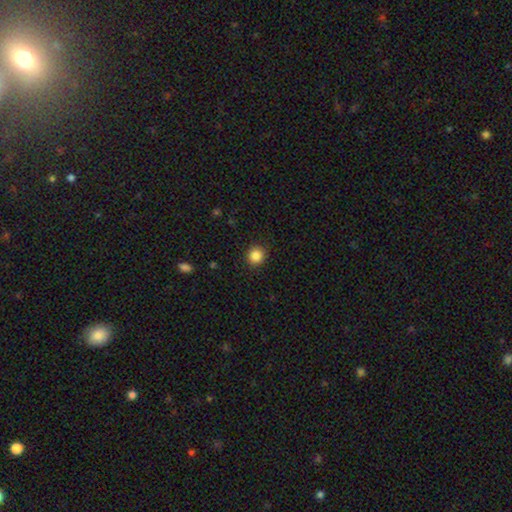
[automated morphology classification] smooth_or_featured: smooth (p=0.86) [alt: star or artifact p=0.10]
how_rounded: round (p=0.91) [alt: in between p=0.08]
merging: none (p=0.91) [alt: minor disturbance p=0.06]